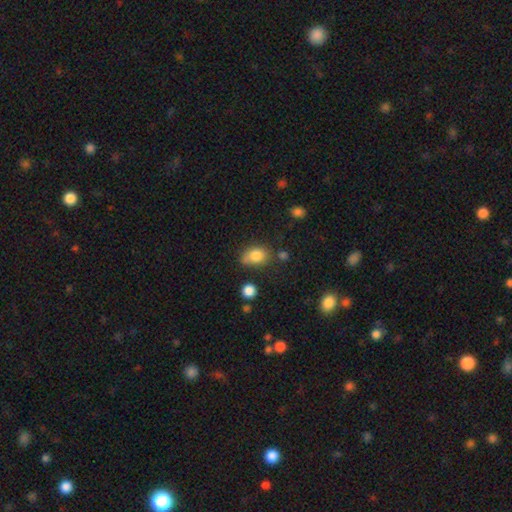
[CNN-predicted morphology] smooth 82%, star or artifact 10%, featured or disk 8%. Down the decision tree: how rounded — in between (70%); merging — none (58%).